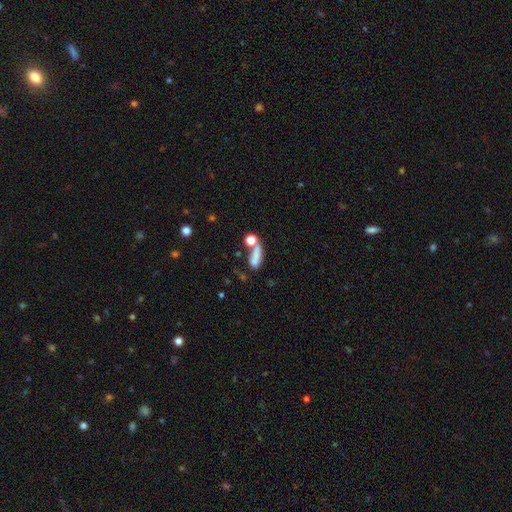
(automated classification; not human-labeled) smooth-or-featured: smooth: 70% | featured or disk: 17% | star or artifact: 13%
  how-rounded: in between: 57% | cigar-shaped: 31% | round: 12%
  merging: none: 36% | merger: 34% | minor disturbance: 16% | major disturbance: 14%